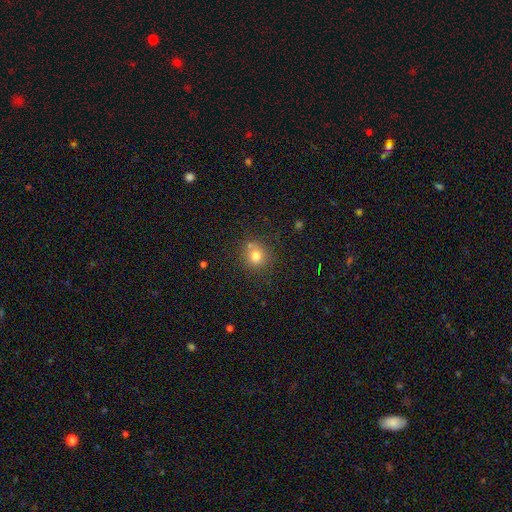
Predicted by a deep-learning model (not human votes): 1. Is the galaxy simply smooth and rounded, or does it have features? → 76% smooth, 15% star or artifact, 9% featured or disk.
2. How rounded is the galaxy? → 88% round, 11% in between, 1% cigar-shaped.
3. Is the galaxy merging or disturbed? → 75% none, 12% minor disturbance, 10% merger, 4% major disturbance.